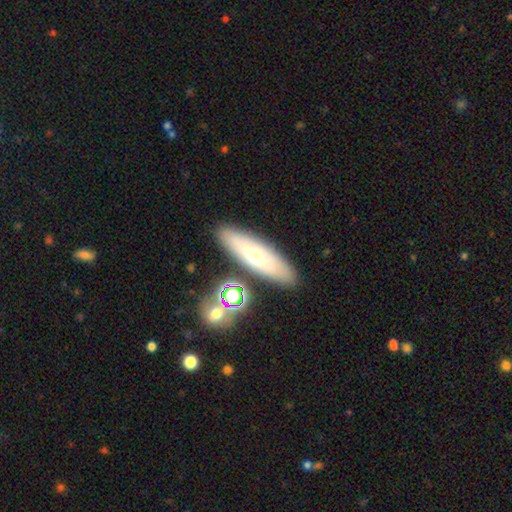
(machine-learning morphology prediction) The model was most divided on "smooth or featured": smooth: 48%, featured or disk: 43%, star or artifact: 10%. More confident: merging — none (84%).